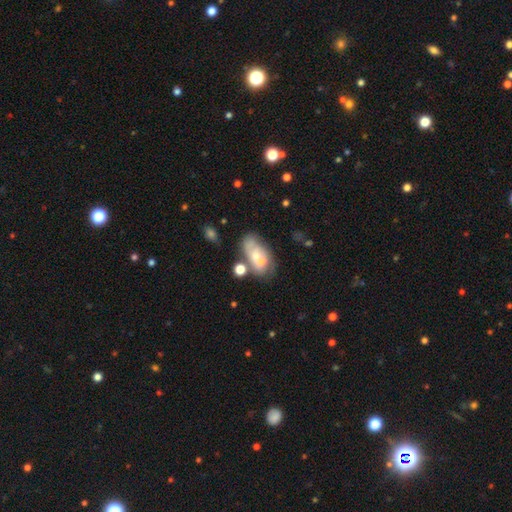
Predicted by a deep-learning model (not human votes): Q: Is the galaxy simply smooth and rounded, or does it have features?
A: smooth — 47%.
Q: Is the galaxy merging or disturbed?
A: merger — 38%.